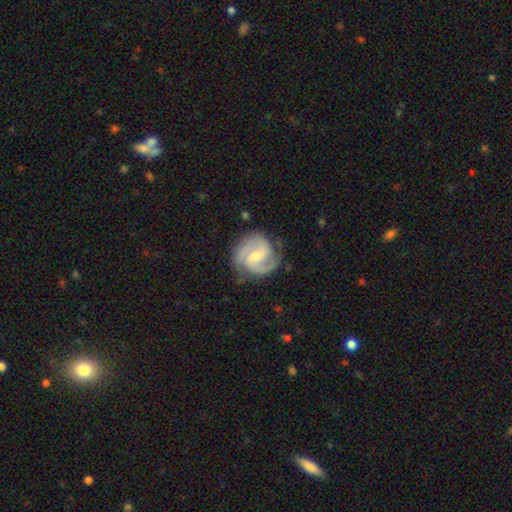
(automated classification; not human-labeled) This is clearly a featured or disk galaxy (87%). It is clearly not viewed edge-on (98%). Bar: possibly weak (56%). Spiral arm pattern: clearly yes (97%). Spiral arm count: likely 2 (75%). Spiral winding: possibly medium (52%). Central bulge: possibly small (49%). Merging: likely none (76%).